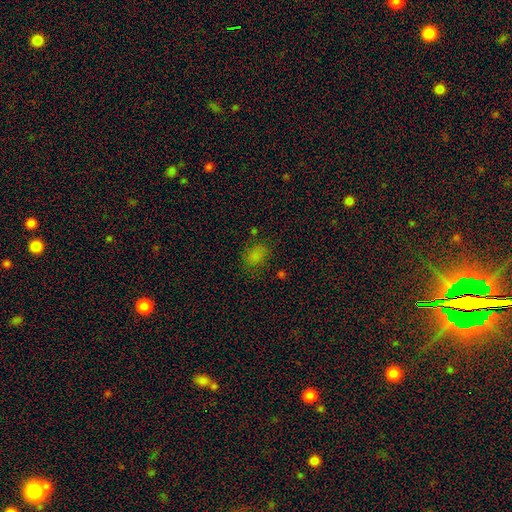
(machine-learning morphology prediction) A smooth galaxy with no disk features (76%) that is in between round and cigar-shaped (65%).

Vote fractions:
- Smooth or featured? smooth: 76% / star or artifact: 18% / featured or disk: 6%
- How rounded? in between: 65% / round: 34% / cigar-shaped: 1%
- Merging? none: 72% / minor disturbance: 19% / major disturbance: 6% / merger: 4%